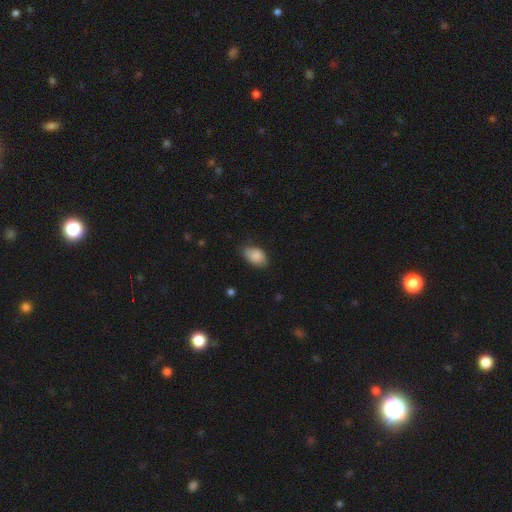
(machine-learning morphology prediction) smooth 83%, featured or disk 10%, star or artifact 7%. Down the decision tree: how rounded — in between (91%); merging — none (69%).